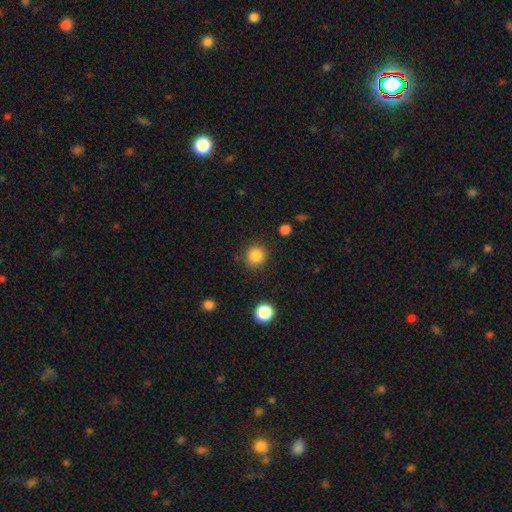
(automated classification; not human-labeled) A smooth galaxy with no disk features (85%) that is round (87%).

Vote fractions:
- Smooth or featured? smooth: 85% / star or artifact: 11% / featured or disk: 4%
- How rounded? round: 87% / in between: 13% / cigar-shaped: 1%
- Merging? none: 87% / minor disturbance: 8% / major disturbance: 3% / merger: 2%